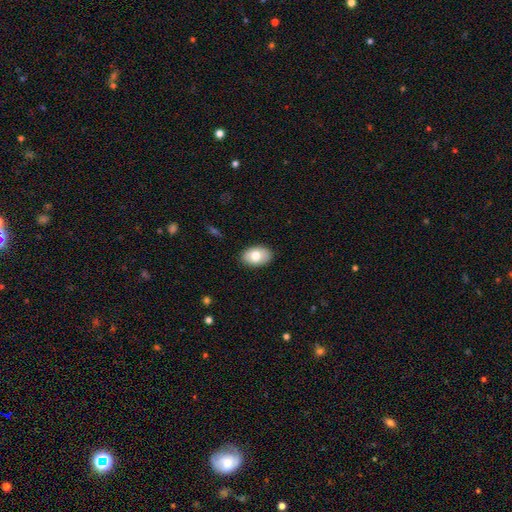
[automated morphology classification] The model was most divided on "smooth or featured": smooth: 76%, featured or disk: 17%, star or artifact: 7%. More confident: how rounded — in between (88%); merging — none (88%).